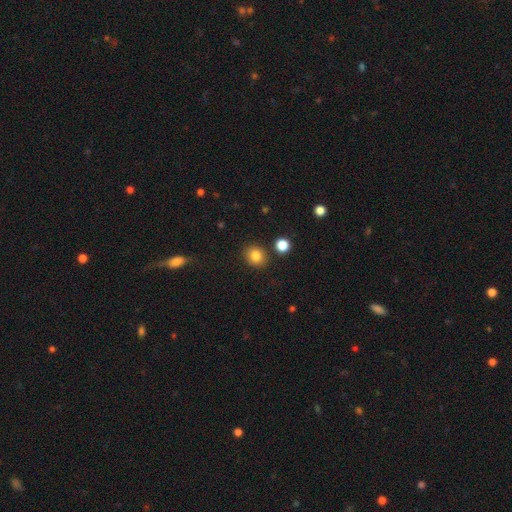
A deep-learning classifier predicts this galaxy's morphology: type=smooth (84%); roundness=round (76%); merging=none (87%).